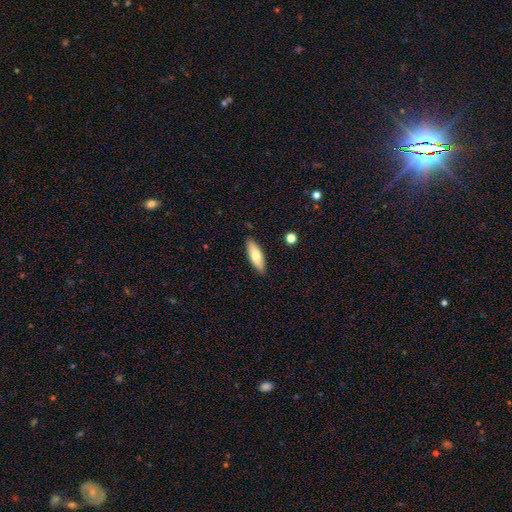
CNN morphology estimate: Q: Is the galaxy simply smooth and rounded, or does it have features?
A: smooth — 71%.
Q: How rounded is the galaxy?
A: in between — 62%.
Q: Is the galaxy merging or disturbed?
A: none — 87%.